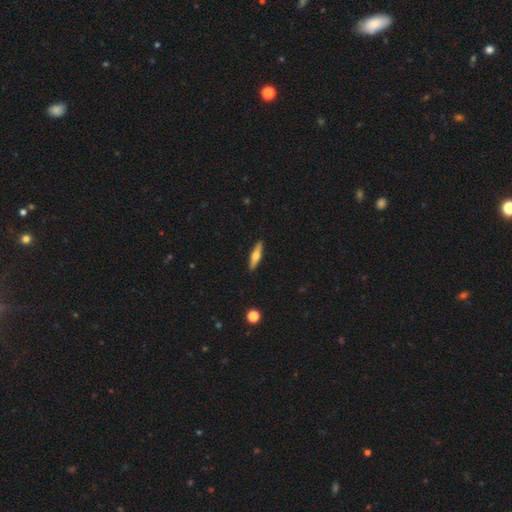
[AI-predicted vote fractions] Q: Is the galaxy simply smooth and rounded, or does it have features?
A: smooth — 50%.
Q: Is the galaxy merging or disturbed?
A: none — 91%.